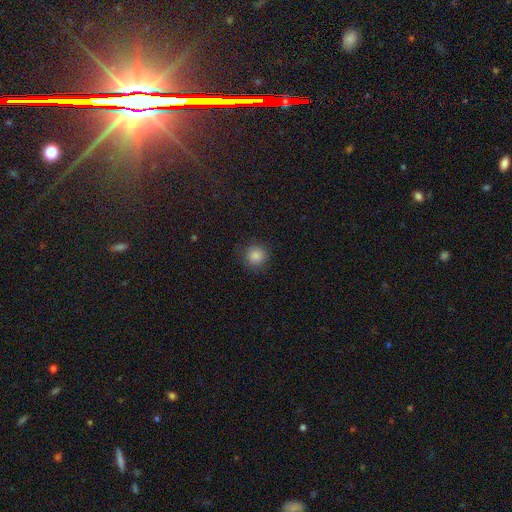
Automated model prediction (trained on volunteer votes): Smooth or featured?
  - smooth: 85% *
  - star or artifact: 11%
  - featured or disk: 4%
How rounded?
  - round: 94% *
  - in between: 5%
  - cigar-shaped: 1%
Merging?
  - none: 88% *
  - minor disturbance: 8%
  - major disturbance: 3%
  - merger: 1%